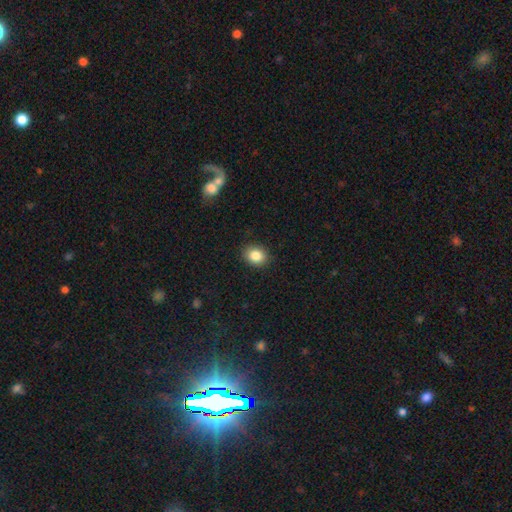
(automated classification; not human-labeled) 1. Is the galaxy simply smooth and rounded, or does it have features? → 84% smooth, 10% star or artifact, 6% featured or disk.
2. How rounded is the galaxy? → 56% round, 43% in between, 1% cigar-shaped.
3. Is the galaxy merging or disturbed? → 89% none, 7% minor disturbance, 2% major disturbance, 1% merger.